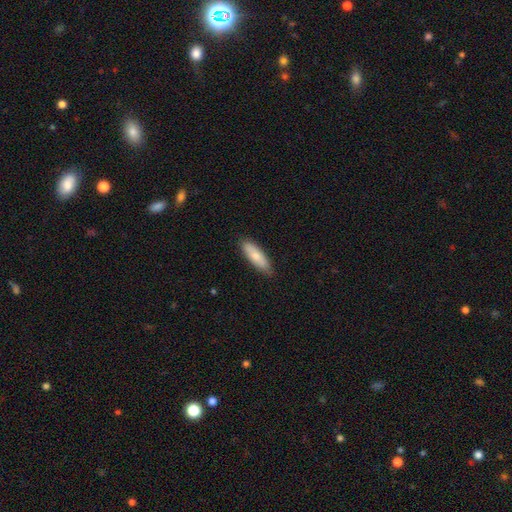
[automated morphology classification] smooth-or-featured: smooth: 74% | featured or disk: 20% | star or artifact: 6%
  how-rounded: in between: 50% | cigar-shaped: 48% | round: 2%
  merging: none: 85% | minor disturbance: 12% | major disturbance: 2% | merger: 1%